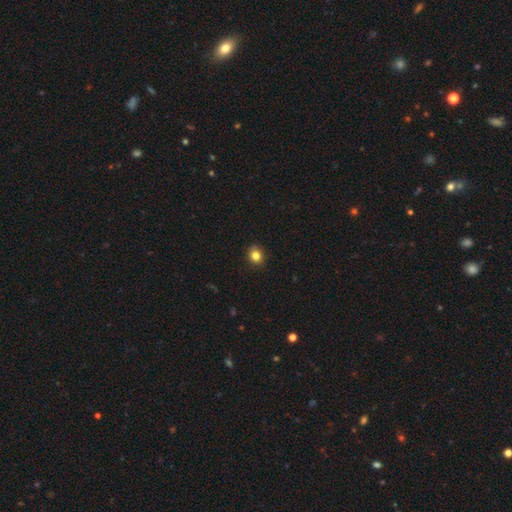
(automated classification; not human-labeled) Morphology: type=smooth (82%); roundness=round (70%); merging=none (89%).